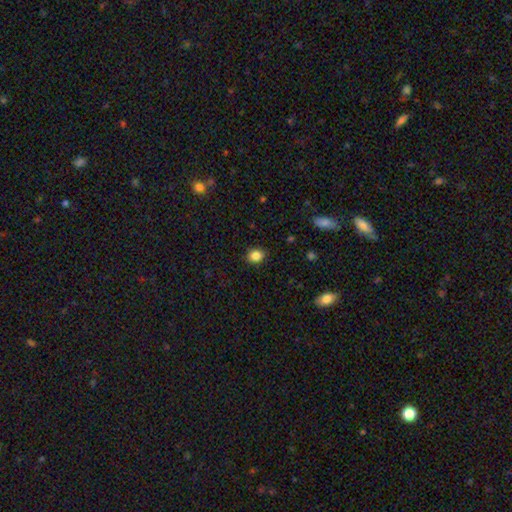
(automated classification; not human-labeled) smooth 86%, star or artifact 10%, featured or disk 4%. Down the decision tree: how rounded — round (50%); merging — none (88%).